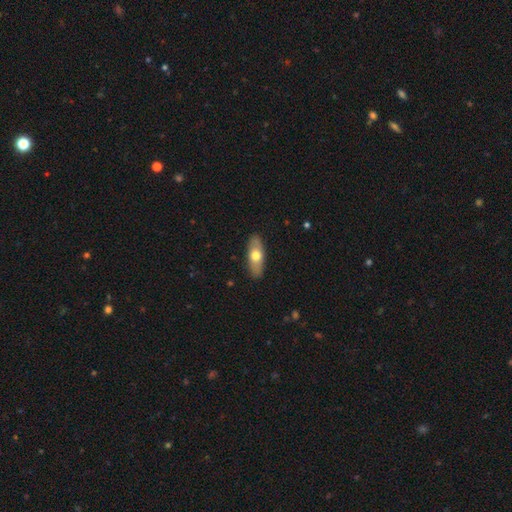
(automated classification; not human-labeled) smooth_or_featured: smooth (p=0.61) [alt: featured or disk p=0.34]
how_rounded: in between (p=0.74) [alt: cigar-shaped p=0.22]
merging: none (p=0.88) [alt: minor disturbance p=0.09]